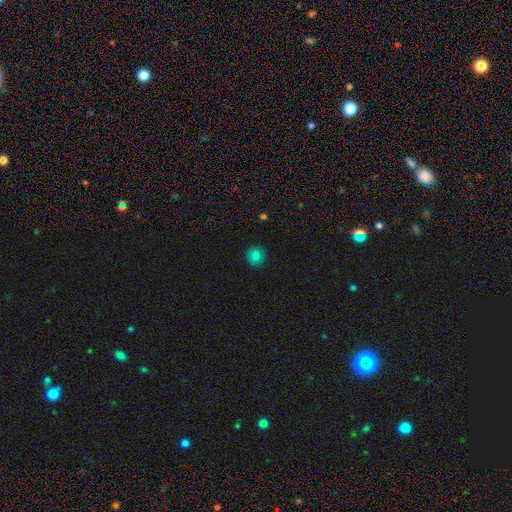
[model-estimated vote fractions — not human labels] Smooth or featured? smooth (82%)
How rounded? round (91%)
Merging? none (91%)